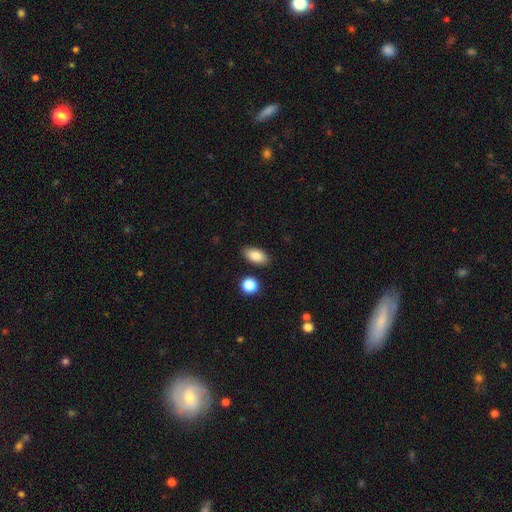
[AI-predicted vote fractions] Smooth or featured? smooth (86%)
How rounded? in between (91%)
Merging? none (86%)